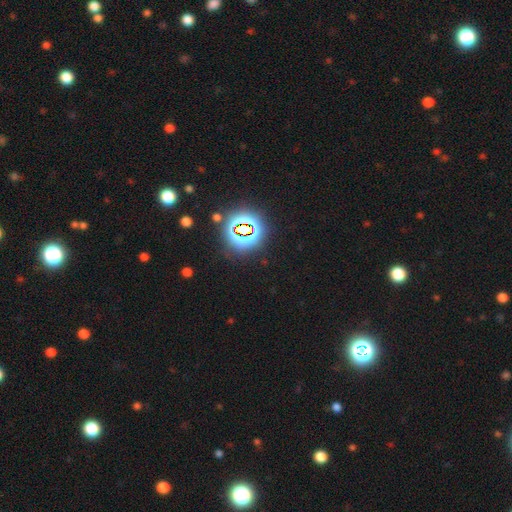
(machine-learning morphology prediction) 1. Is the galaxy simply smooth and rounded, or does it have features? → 81% star or artifact, 13% smooth, 7% featured or disk.